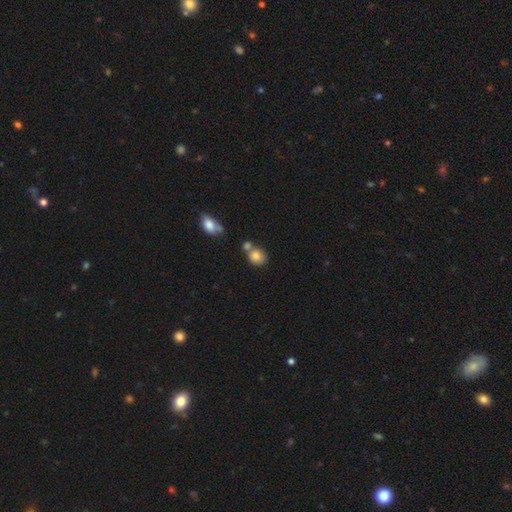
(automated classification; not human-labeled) This is clearly a smooth galaxy (81%). How rounded: likely round (73%). Merging: possibly none (51%).